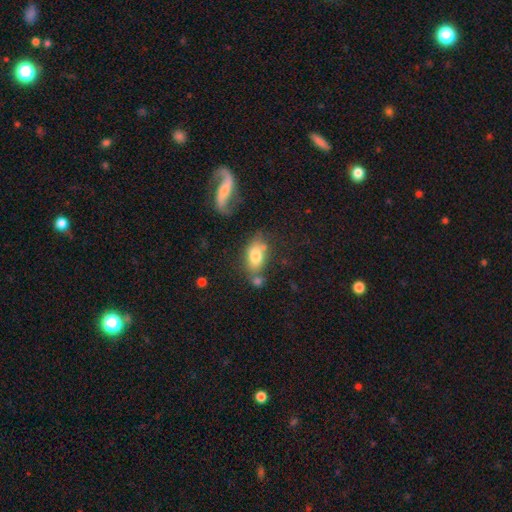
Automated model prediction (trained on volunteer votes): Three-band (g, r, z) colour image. It shows a smooth galaxy with no disk features (76%) that is in between round and cigar-shaped (87%). Merging: none (55%).